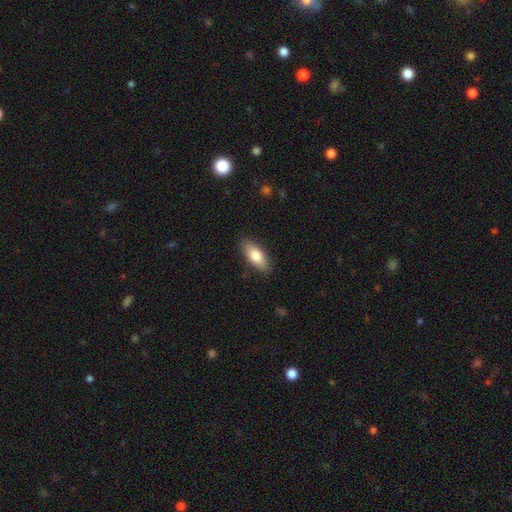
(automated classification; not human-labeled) This appears to be a smooth galaxy with no disk features (77%) that is in between round and cigar-shaped (76%). Merging: none (87%).